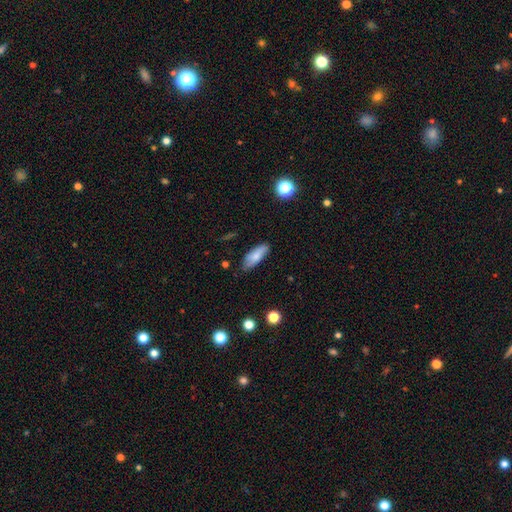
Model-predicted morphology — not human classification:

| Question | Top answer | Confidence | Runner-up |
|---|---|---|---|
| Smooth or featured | smooth | 74% | featured or disk (19%) |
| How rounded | in between | 67% | cigar-shaped (31%) |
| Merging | none | 76% | minor disturbance (19%) |